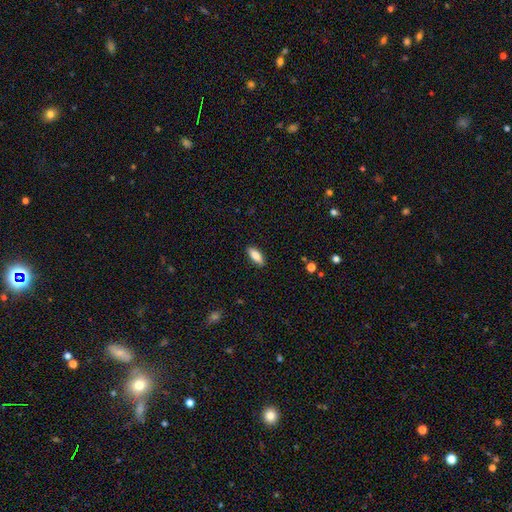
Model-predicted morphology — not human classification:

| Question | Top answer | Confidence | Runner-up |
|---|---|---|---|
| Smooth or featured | smooth | 83% | featured or disk (11%) |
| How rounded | in between | 72% | cigar-shaped (26%) |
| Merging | none | 89% | minor disturbance (8%) |